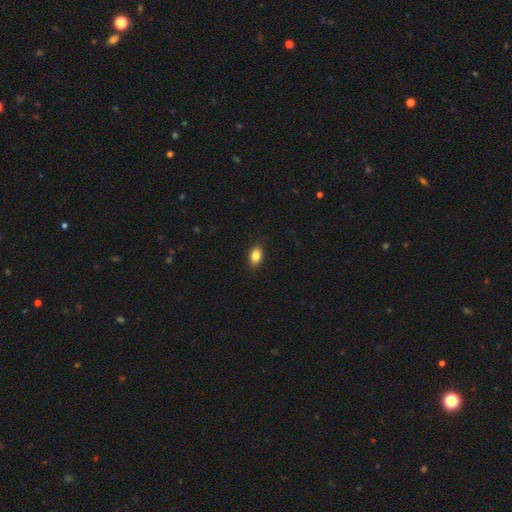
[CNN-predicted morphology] type=smooth (85%); roundness=in between (85%); merging=none (90%).